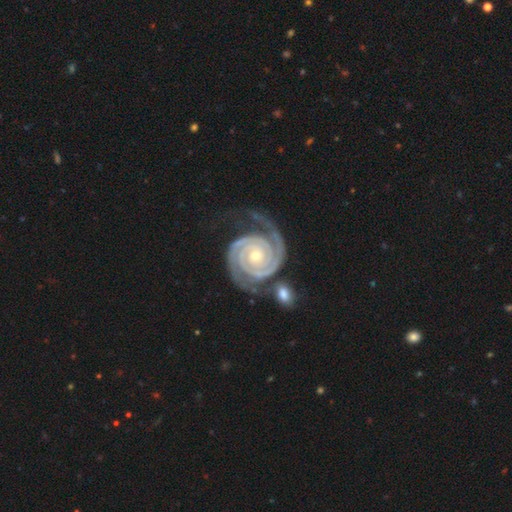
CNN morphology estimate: A featured or disk galaxy (94%) with no bar (76%), 2 (83%) tight (85%) spiral arms (99%) and a small central bulge (61%). Merging: none (64%).